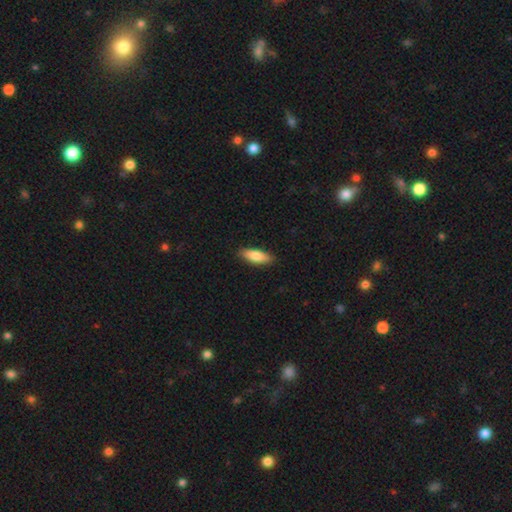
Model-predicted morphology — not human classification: A smooth galaxy with no disk features (83%) that is in between round and cigar-shaped (62%). Merging: none (88%).